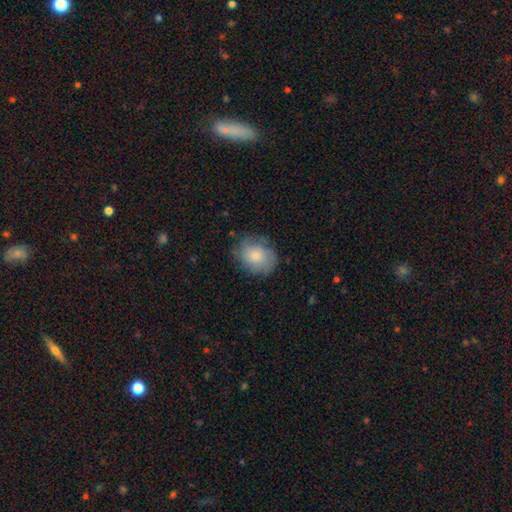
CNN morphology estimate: type=smooth (71%); roundness=round (54%); merging=none (73%).